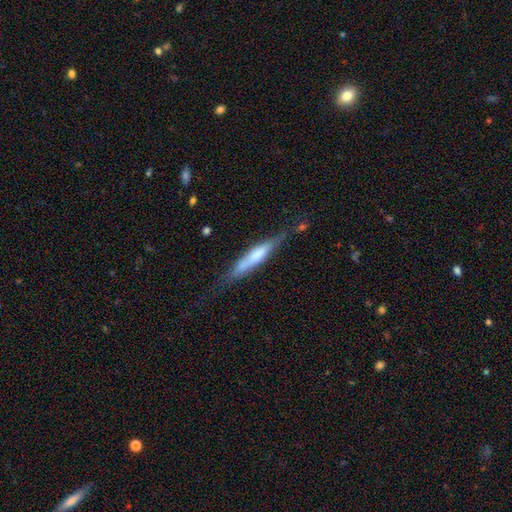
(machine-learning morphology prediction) This appears to be a smooth galaxy with no disk features (48%). Merging: none (69%).